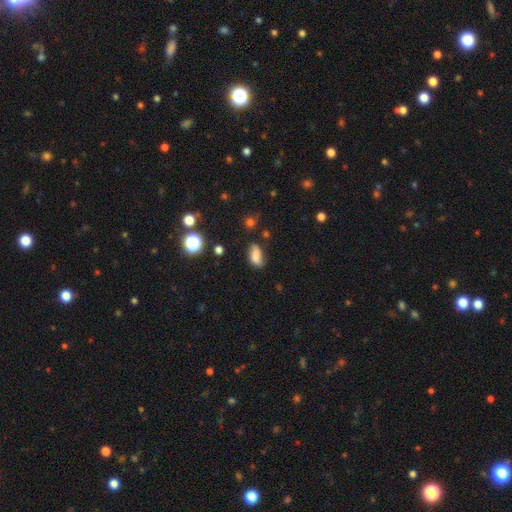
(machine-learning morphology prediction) Smooth or featured: smooth — 75% (featured or disk — 13%)
How rounded: in between — 87% (cigar-shaped — 7%)
Merging: none — 67% (minor disturbance — 24%)